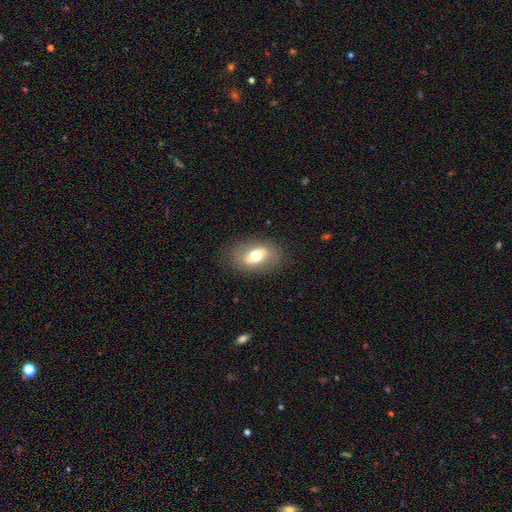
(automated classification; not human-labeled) Smooth or featured? smooth (58%)
How rounded? in between (85%)
Merging? none (80%)